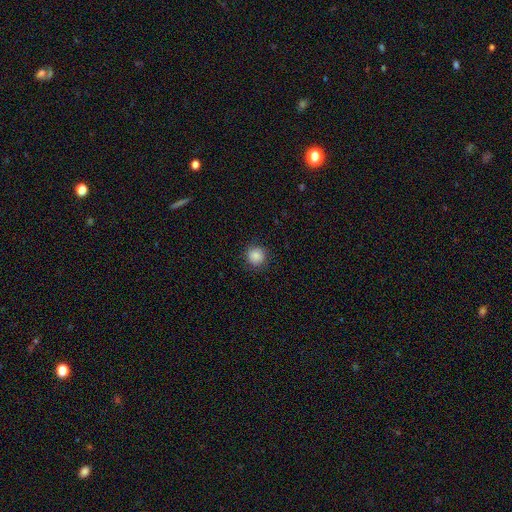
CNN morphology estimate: Smooth or featured: smooth — 86% (star or artifact — 10%)
How rounded: round — 92% (in between — 7%)
Merging: none — 87% (minor disturbance — 9%)